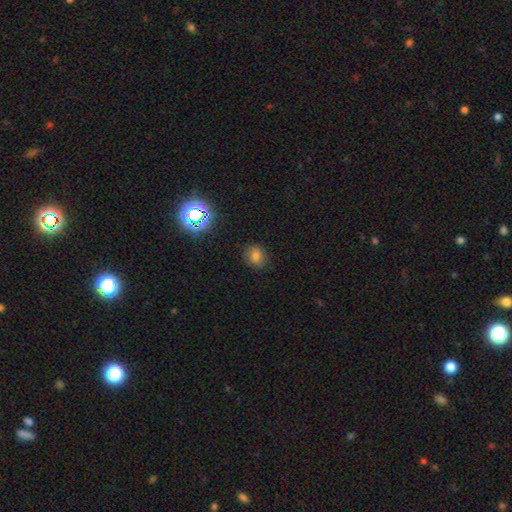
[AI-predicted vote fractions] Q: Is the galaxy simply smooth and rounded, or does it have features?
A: smooth — 72%.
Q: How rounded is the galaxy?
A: round — 74%.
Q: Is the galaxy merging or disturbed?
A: none — 86%.